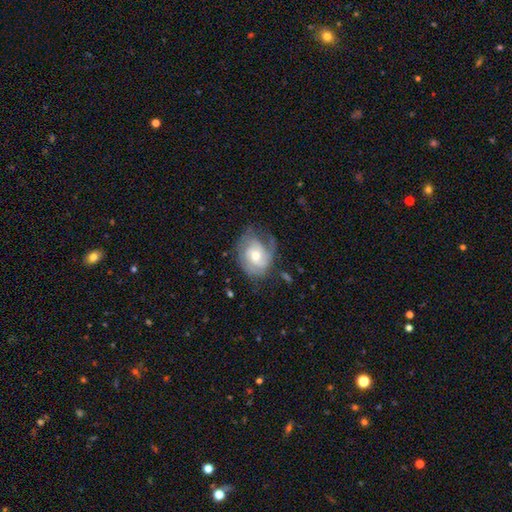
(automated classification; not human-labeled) featured or disk 70%, smooth 23%, star or artifact 7%. Down the decision tree: edge-on disk — no (97%); bar — no (66%); spiral arms — yes (87%); spiral arm count — 2 (34%); spiral winding — tight (47%); bulge size — moderate (58%); merging — none (52%).